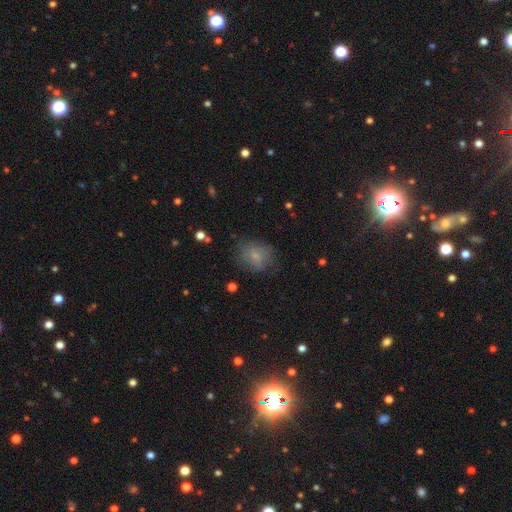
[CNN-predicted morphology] Smooth or featured? Predicted: smooth (p=0.67). How rounded? Predicted: round (p=0.63). Merging? Predicted: none (p=0.62).